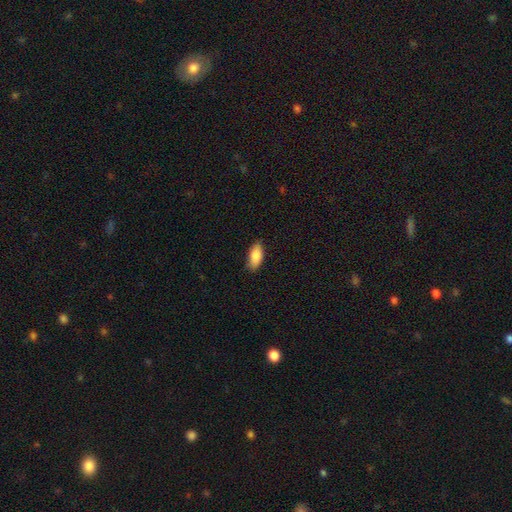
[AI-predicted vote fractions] This appears to be a smooth galaxy with no disk features (86%) that is in between round and cigar-shaped (88%). Merging: none (83%).